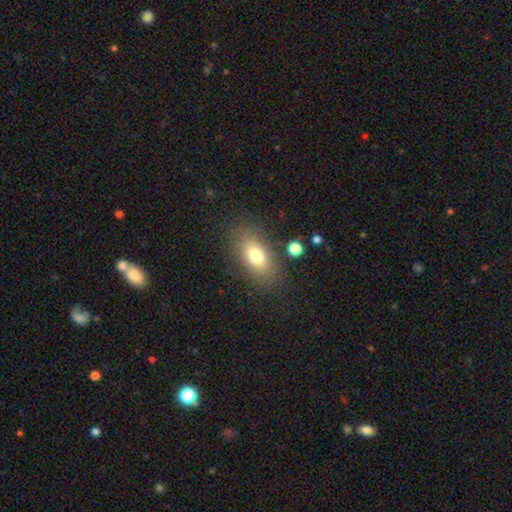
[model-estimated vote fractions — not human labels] The model was most divided on "smooth or featured": smooth: 75%, featured or disk: 15%, star or artifact: 10%. More confident: how rounded — in between (87%); merging — none (82%).